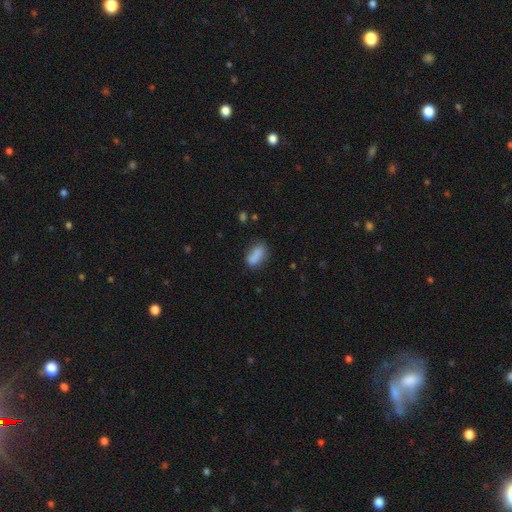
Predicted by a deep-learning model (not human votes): smooth-or-featured: smooth: 82% | featured or disk: 9% | star or artifact: 9%
  how-rounded: in between: 80% | cigar-shaped: 14% | round: 6%
  merging: none: 63% | minor disturbance: 22% | major disturbance: 7% | merger: 7%